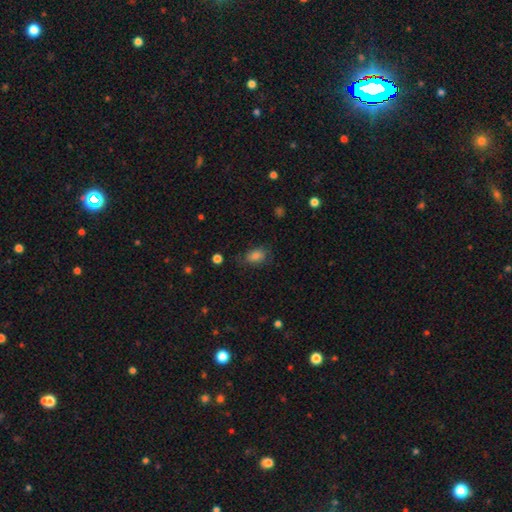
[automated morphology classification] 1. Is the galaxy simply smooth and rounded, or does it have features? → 80% smooth, 13% star or artifact, 8% featured or disk.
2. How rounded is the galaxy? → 80% in between, 18% round, 2% cigar-shaped.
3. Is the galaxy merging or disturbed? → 69% none, 22% minor disturbance, 8% major disturbance, 1% merger.